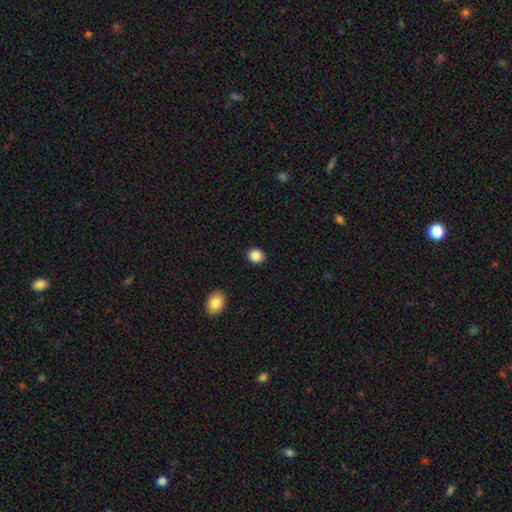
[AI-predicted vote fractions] Q: Smooth or featured?
A: smooth (88%); runner-up: star or artifact (9%)
Q: How rounded?
A: round (65%); runner-up: in between (34%)
Q: Merging?
A: none (91%); runner-up: minor disturbance (6%)